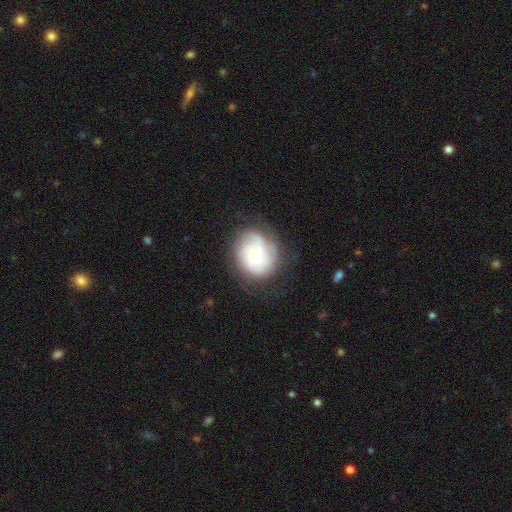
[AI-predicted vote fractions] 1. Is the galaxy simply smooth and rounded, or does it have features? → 62% featured or disk, 30% smooth, 7% star or artifact.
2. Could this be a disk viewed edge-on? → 98% no, 2% yes.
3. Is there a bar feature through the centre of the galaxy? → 71% no, 26% weak, 4% strong.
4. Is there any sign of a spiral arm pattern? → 89% yes, 11% no.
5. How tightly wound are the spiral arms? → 46% tight, 37% medium, 17% loose.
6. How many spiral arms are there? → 32% can't tell, 30% 3, 15% 2, 12% 4, 5% 1, 5% more than 4.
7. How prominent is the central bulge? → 45% moderate, 42% small, 7% large, 4% none, 2% dominant.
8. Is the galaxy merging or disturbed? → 68% none, 20% minor disturbance, 10% major disturbance, 2% merger.